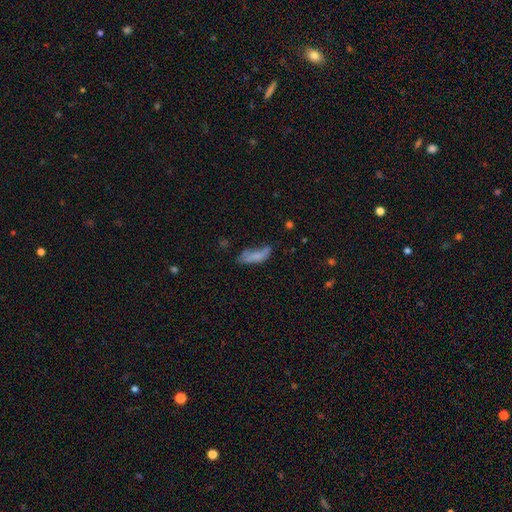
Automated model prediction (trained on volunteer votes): This is likely a smooth galaxy (67%). How rounded: likely in between (64%). Merging: marginally none (35%).